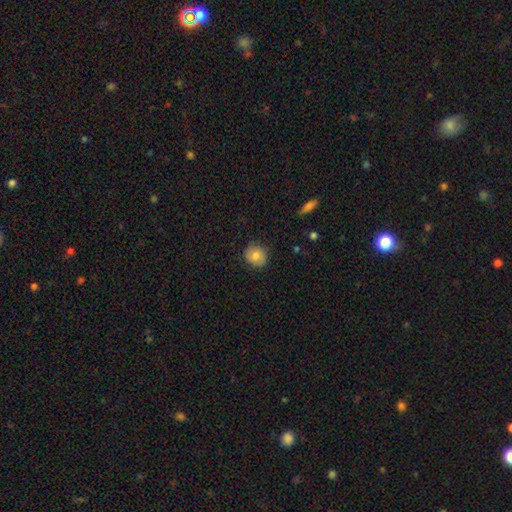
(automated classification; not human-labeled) Overall: smooth (75%). How rounded: round (82%). Merging: none (79%).